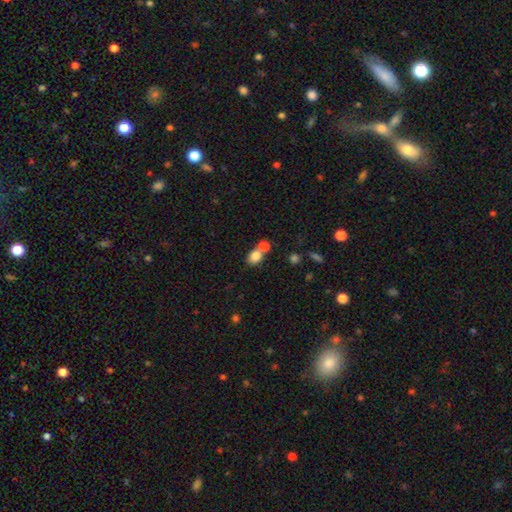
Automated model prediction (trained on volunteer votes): Smooth or featured?
  - smooth: 82% *
  - star or artifact: 10%
  - featured or disk: 8%
How rounded?
  - in between: 53% *
  - round: 46%
  - cigar-shaped: 1%
Merging?
  - none: 45% *
  - merger: 43%
  - minor disturbance: 9%
  - major disturbance: 3%